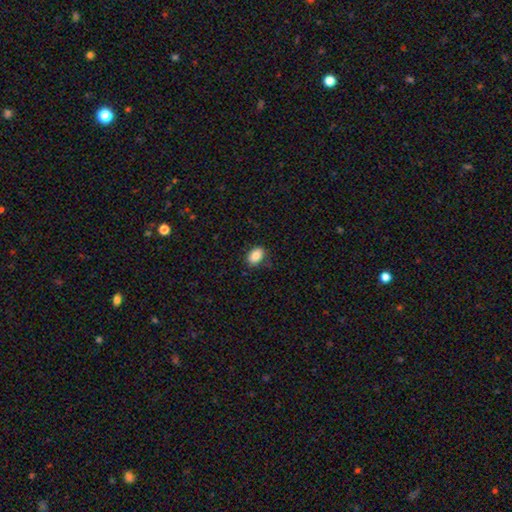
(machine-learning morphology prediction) Q: Smooth or featured?
A: smooth (87%); runner-up: star or artifact (8%)
Q: How rounded?
A: in between (86%); runner-up: round (13%)
Q: Merging?
A: none (81%); runner-up: minor disturbance (14%)